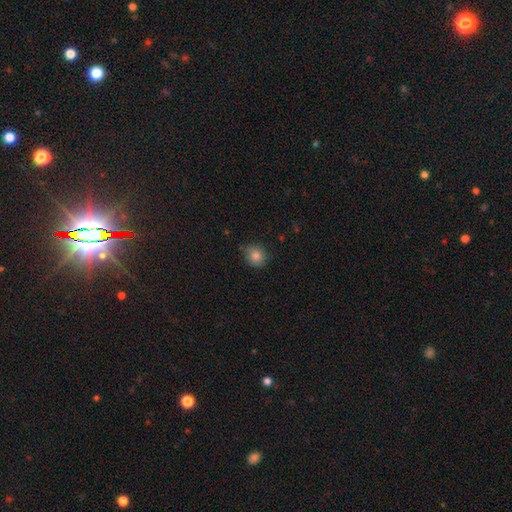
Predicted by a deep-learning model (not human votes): A smooth galaxy with no disk features (83%) that is round (77%). Merging: none (80%).